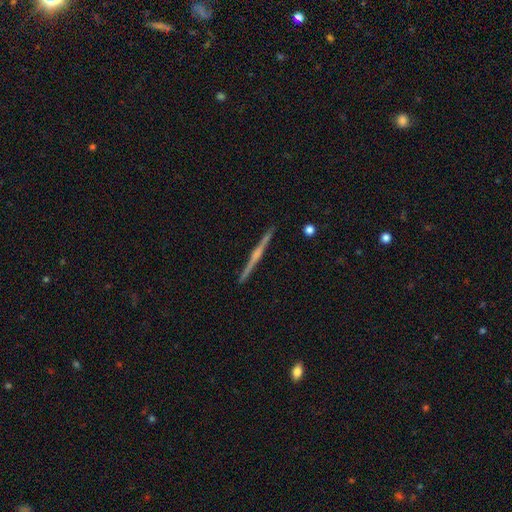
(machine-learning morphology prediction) A featured or disk galaxy (76%) viewed edge-on (99%) with a rounded central bulge (55%). Merging: none (92%).